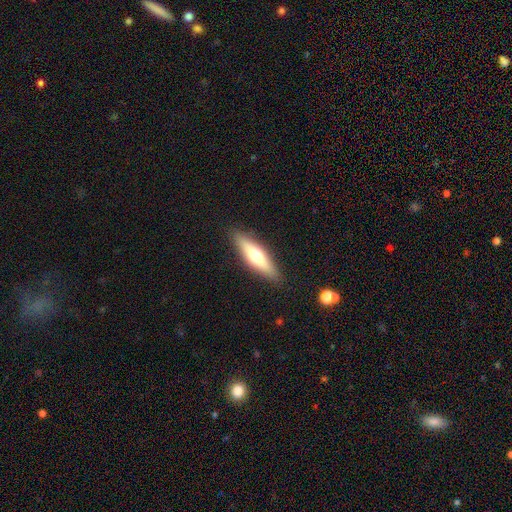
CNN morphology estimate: Smooth or featured? Predicted: smooth (p=0.53). How rounded? Predicted: cigar-shaped (p=0.70). Merging? Predicted: none (p=0.89).